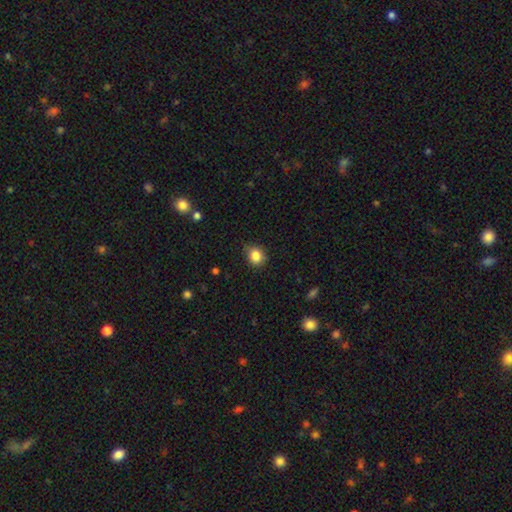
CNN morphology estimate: The model was most divided on "how rounded": round: 71%, in between: 28%, cigar-shaped: 1%. More confident: smooth or featured — smooth (85%); merging — none (80%).